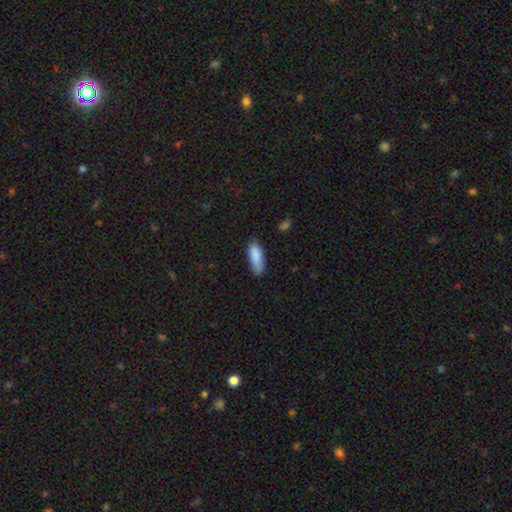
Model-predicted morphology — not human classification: type=smooth (88%); roundness=in between (65%); merging=none (69%).